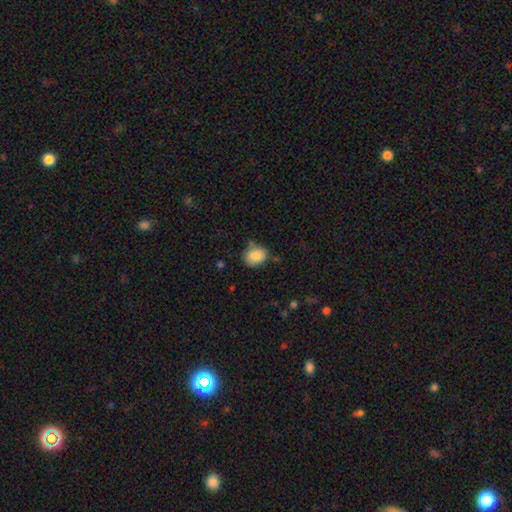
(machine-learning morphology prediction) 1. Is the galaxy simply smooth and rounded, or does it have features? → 85% smooth, 8% star or artifact, 7% featured or disk.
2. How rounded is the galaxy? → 61% round, 38% in between, 1% cigar-shaped.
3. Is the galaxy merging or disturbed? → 70% none, 21% minor disturbance, 5% merger, 4% major disturbance.